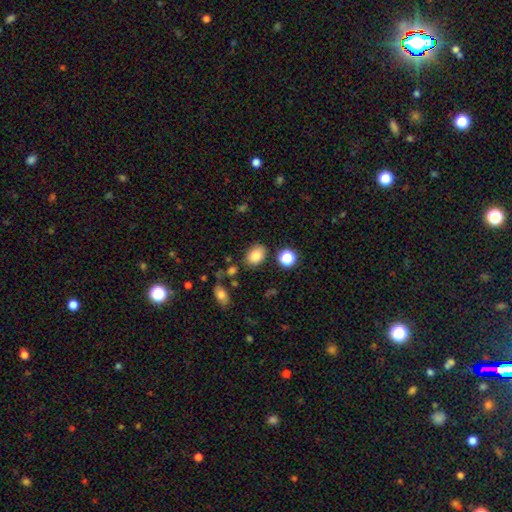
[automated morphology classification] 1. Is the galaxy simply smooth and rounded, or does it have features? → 84% smooth, 10% star or artifact, 6% featured or disk.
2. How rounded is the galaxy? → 74% in between, 24% round, 1% cigar-shaped.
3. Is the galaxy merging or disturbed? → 78% none, 13% minor disturbance, 5% merger, 4% major disturbance.